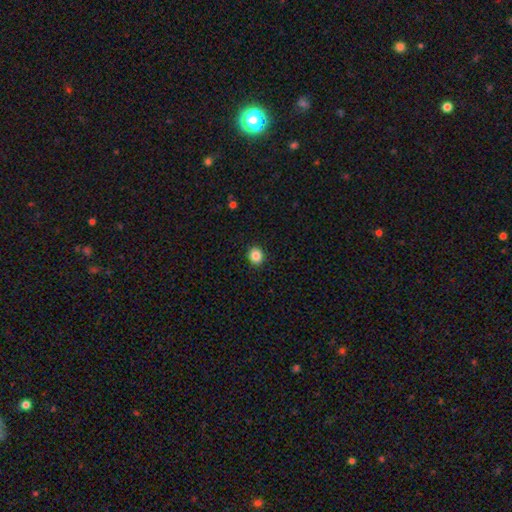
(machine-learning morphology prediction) Smooth or featured: smooth — 86% (star or artifact — 10%)
How rounded: round — 82% (in between — 17%)
Merging: none — 92% (minor disturbance — 6%)